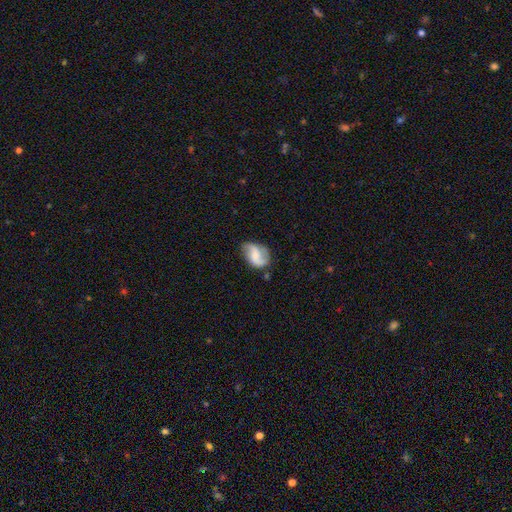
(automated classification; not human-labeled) featured or disk 63%, smooth 30%, star or artifact 7%. Down the decision tree: edge-on disk — no (97%); bar — no (42%, tied with weak); spiral arms — yes (91%); spiral arm count — 2 (85%); spiral winding — loose (59%); bulge size — none (31%); merging — none (63%).